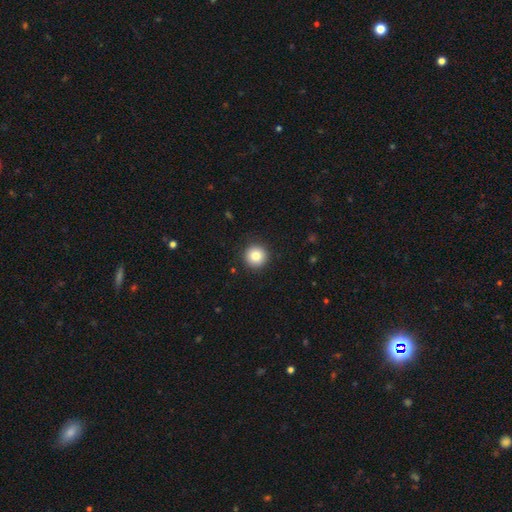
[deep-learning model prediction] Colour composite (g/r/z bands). It shows a smooth galaxy with no disk features (83%) that is round (96%). Merging: none (92%).